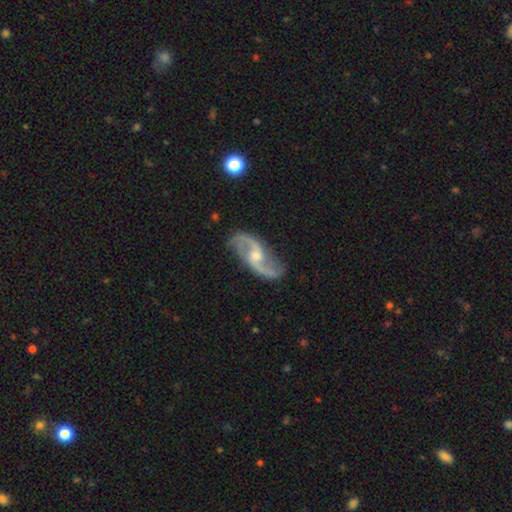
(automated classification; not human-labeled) The model was most divided on "bar": weak: 44%, no: 43%, strong: 13%. More confident: spiral arms — yes (98%); edge-on disk — no (96%); spiral arm count — 2 (94%); smooth or featured — featured or disk (91%); merging — none (81%); spiral winding — loose (58%); bulge size — moderate (54%).